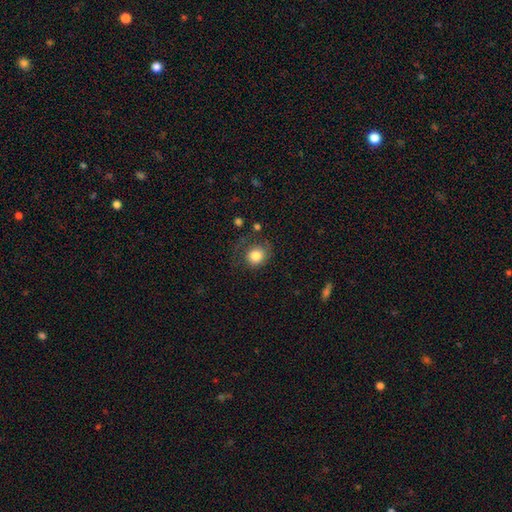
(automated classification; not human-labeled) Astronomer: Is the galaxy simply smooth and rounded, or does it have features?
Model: smooth — 82%.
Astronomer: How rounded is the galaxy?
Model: round — 77%.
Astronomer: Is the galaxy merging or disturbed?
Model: none — 61%.